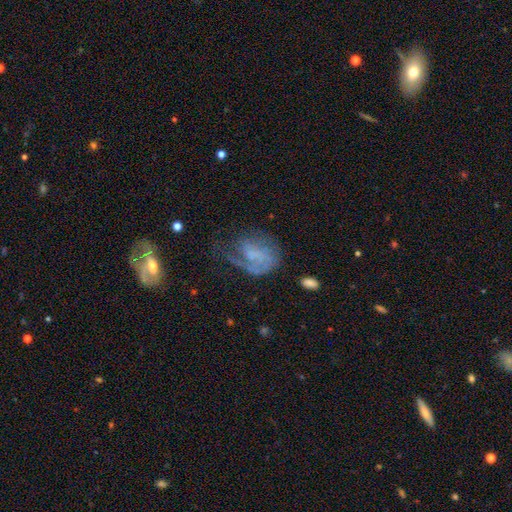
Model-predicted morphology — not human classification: Smooth or featured? featured or disk (64%)
Edge-on disk? no (97%)
Bar? no (63%)
Spiral arms? yes (76%)
Bulge size? none (55%)
Merging? none (38%)